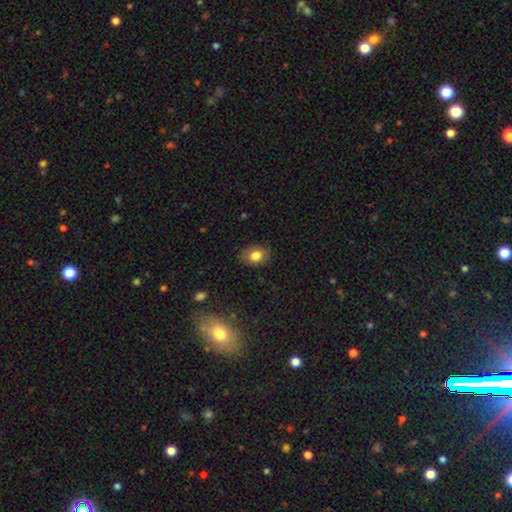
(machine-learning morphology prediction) A smooth galaxy with no disk features (81%) that is in between round and cigar-shaped (66%). Merging: none (82%).